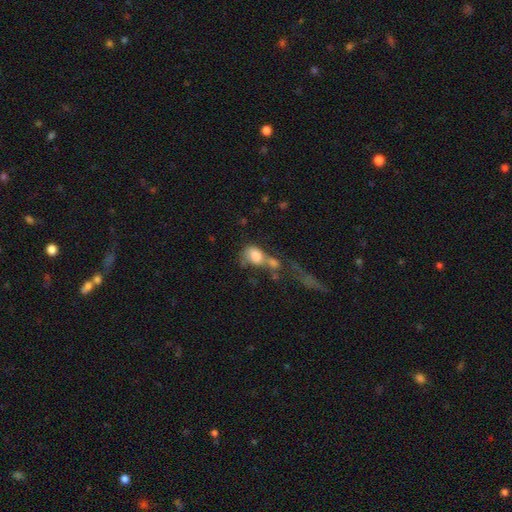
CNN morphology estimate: Smooth or featured?
  - smooth: 74% *
  - featured or disk: 16%
  - star or artifact: 10%
How rounded?
  - in between: 69% *
  - round: 29%
  - cigar-shaped: 2%
Merging?
  - merger: 53% *
  - major disturbance: 21%
  - none: 16%
  - minor disturbance: 10%